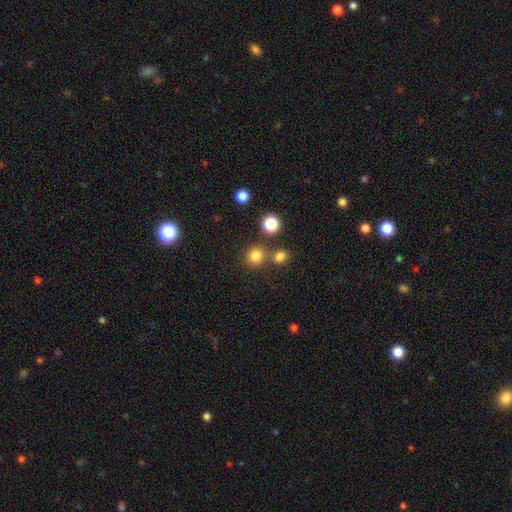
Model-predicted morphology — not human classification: Smooth or featured: smooth — 80% (star or artifact — 15%)
How rounded: round — 89% (in between — 10%)
Merging: none — 73% (merger — 16%)